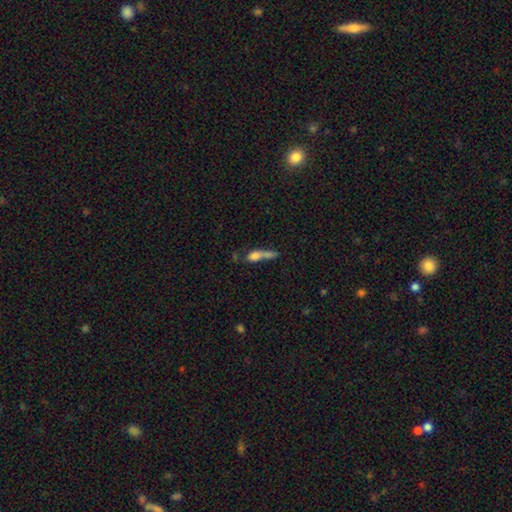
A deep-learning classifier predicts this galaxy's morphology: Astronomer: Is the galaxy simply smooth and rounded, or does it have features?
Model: smooth — 65%.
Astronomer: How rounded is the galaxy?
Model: in between — 48% (runner-up: cigar-shaped, 41%).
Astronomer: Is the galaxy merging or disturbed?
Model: merger — 49%.